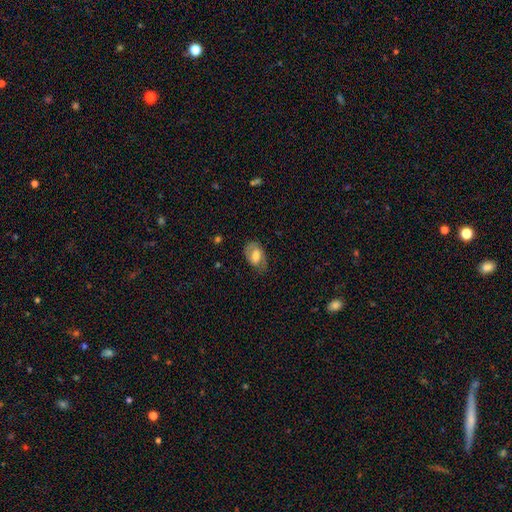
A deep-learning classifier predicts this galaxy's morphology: Smooth or featured? smooth (52%)
How rounded? in between (86%)
Merging? none (64%)